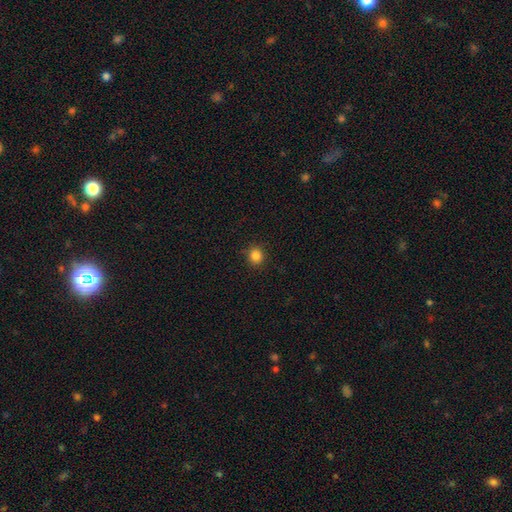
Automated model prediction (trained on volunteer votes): A smooth galaxy with no disk features (84%) that is round (89%).

Vote fractions:
- Smooth or featured? smooth: 84% / star or artifact: 12% / featured or disk: 4%
- How rounded? round: 89% / in between: 10% / cigar-shaped: 1%
- Merging? none: 90% / minor disturbance: 7% / major disturbance: 2% / merger: 1%